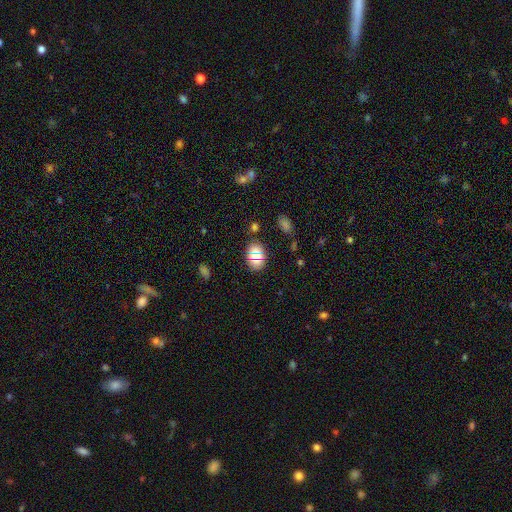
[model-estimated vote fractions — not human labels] Smooth or featured? Predicted: smooth (p=0.65). How rounded? Predicted: in between (p=0.69). Merging? Predicted: none (p=0.83).